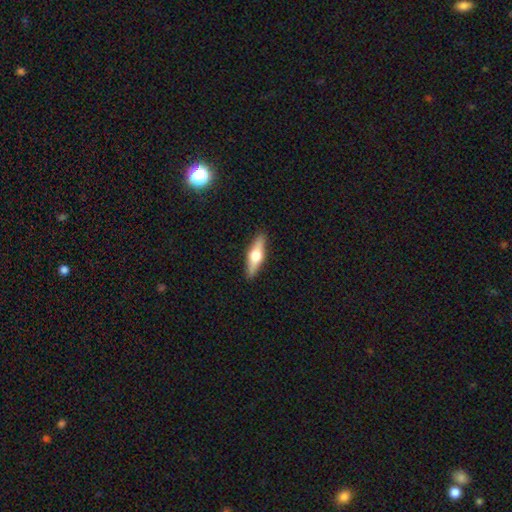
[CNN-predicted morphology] Overall: featured or disk (55%; smooth 39%). Edge-on disk: yes (94%). Edge-on bulge: rounded (94%). Merging: none (90%).